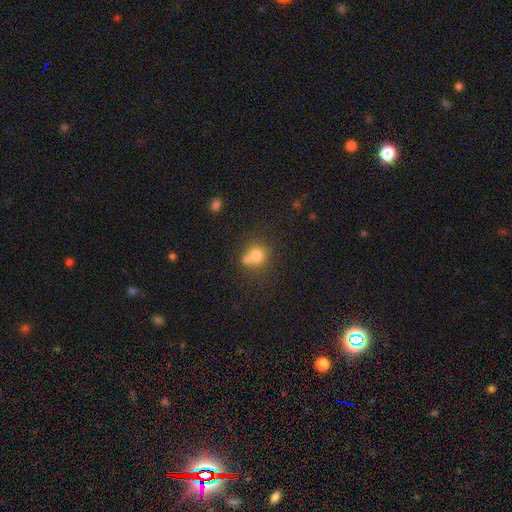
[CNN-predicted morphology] smooth-or-featured: smooth: 75% | star or artifact: 13% | featured or disk: 12%
  how-rounded: round: 87% | in between: 12% | cigar-shaped: 1%
  merging: none: 52% | merger: 35% | minor disturbance: 9% | major disturbance: 3%